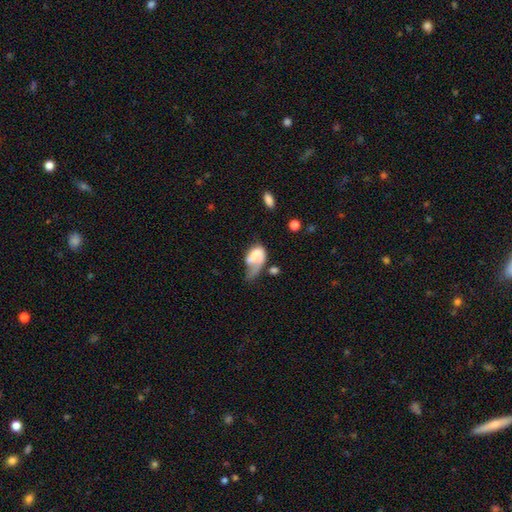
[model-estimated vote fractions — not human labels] Overall: featured or disk (52%; smooth 41%). Edge-on disk: no (96%). Bar: no (52%; weak 33%). Spiral arms: yes (72%). Bulge size: none (35%; small 28%). Merging: major disturbance (49%; minor disturbance 22%).